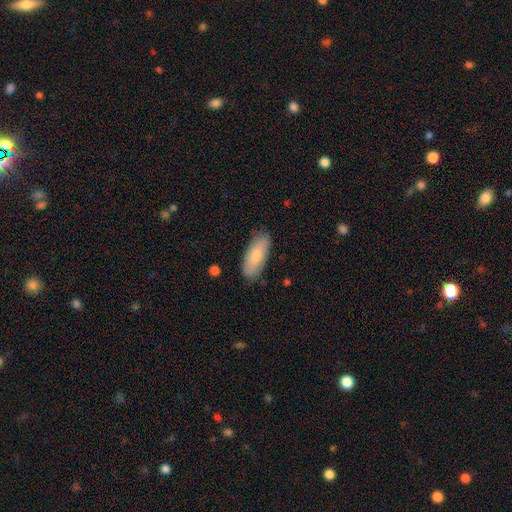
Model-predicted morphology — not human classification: smooth 77%, featured or disk 18%, star or artifact 6%. Down the decision tree: how rounded — in between (78%); merging — none (83%).